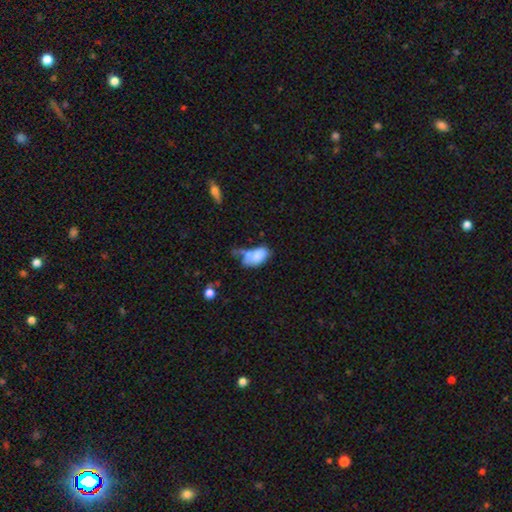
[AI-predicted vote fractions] Morphology: type=smooth (74%); roundness=in between (92%); merging=merger (29%).